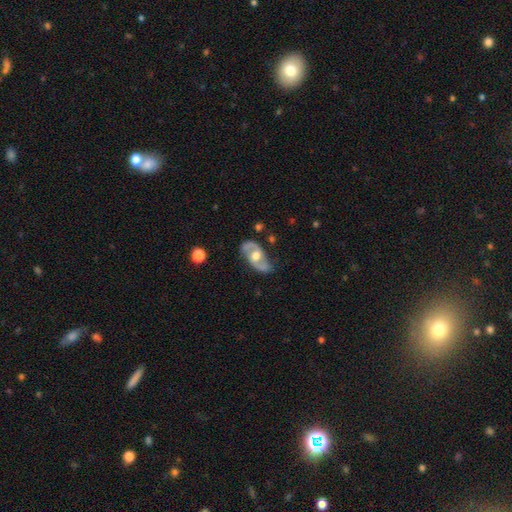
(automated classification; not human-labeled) Morphology: type=featured or disk (76%); edge-on=no (93%); bar=no (61%); spiral arms=yes (79%); winding=medium (46%); arm count=2 (87%); bulge=moderate (67%); merging=none (75%).